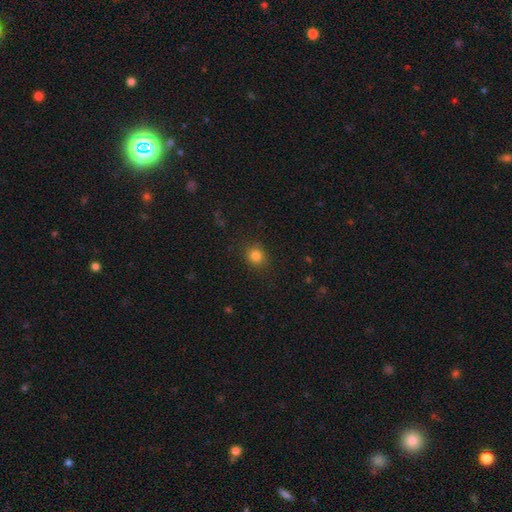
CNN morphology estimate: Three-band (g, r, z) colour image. It shows a smooth galaxy with no disk features (82%) that is round (79%). Merging: none (87%).